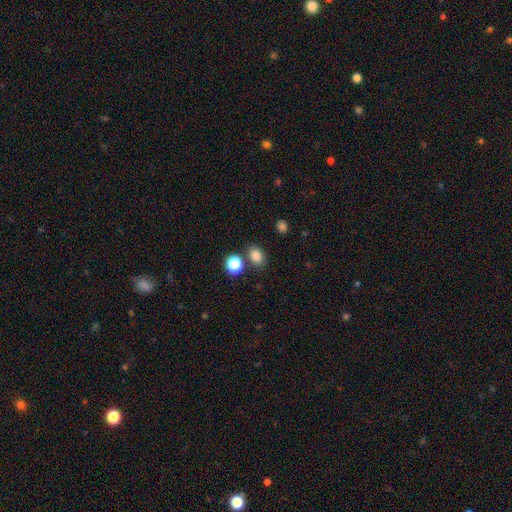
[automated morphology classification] A smooth galaxy with no disk features (82%) that is in between round and cigar-shaped (61%). Merging: none (77%).